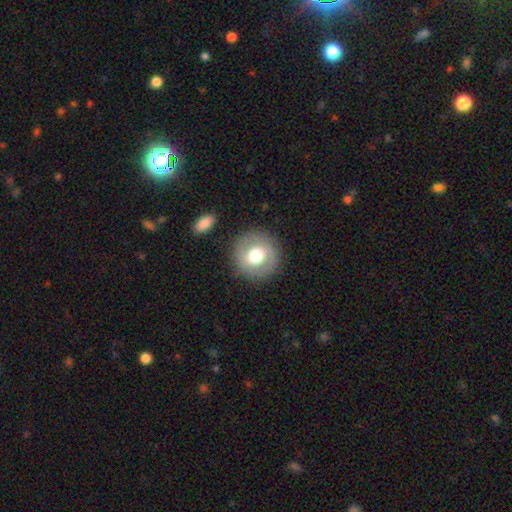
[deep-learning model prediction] This appears to be a smooth galaxy with no disk features (56%) that is round (92%). Merging: none (86%).